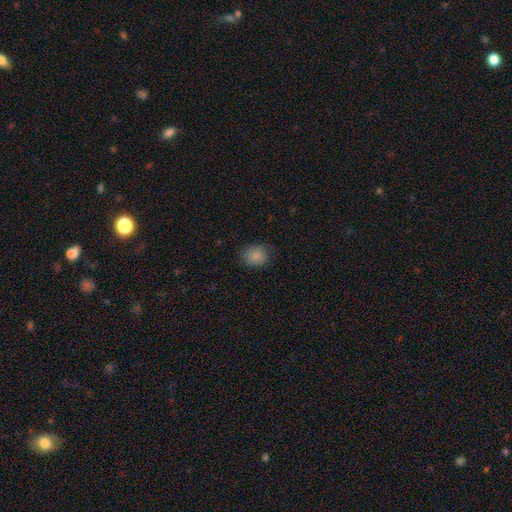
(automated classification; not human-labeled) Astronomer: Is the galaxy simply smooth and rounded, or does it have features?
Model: smooth — 86%.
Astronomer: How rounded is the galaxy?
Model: round — 61% (runner-up: in between, 38%).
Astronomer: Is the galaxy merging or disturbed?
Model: none — 81%.